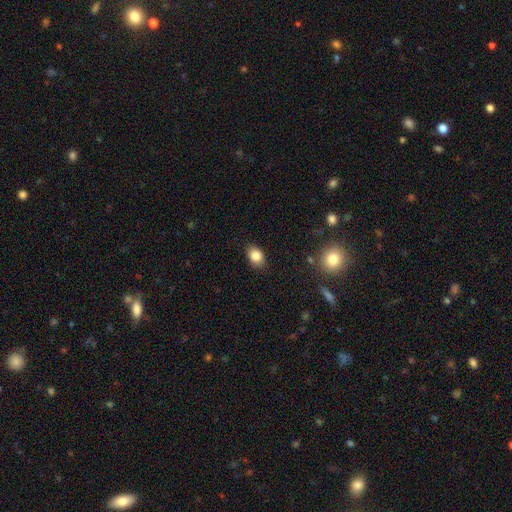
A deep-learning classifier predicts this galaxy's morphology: This appears to be a smooth galaxy with no disk features (84%) that is in between round and cigar-shaped (68%). Merging: none (83%).